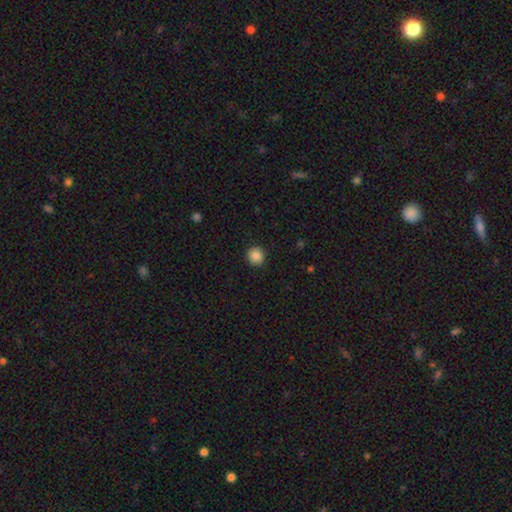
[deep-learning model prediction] This appears to be a smooth galaxy with no disk features (86%) that is round (92%). Merging: none (92%).